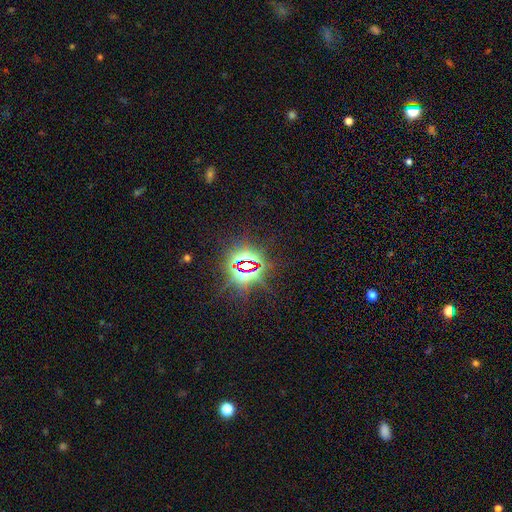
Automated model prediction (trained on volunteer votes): smooth_or_featured: star or artifact (p=0.84) [alt: smooth p=0.08]